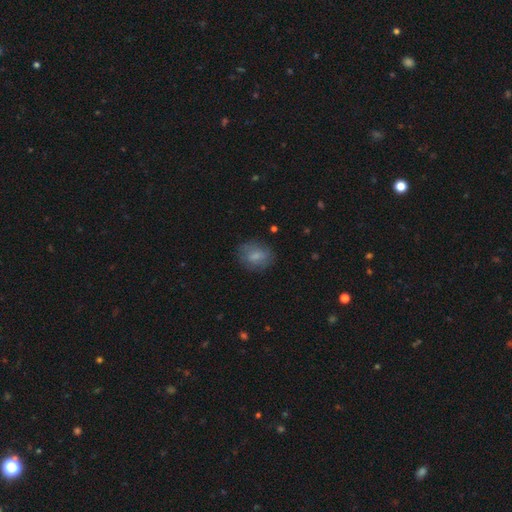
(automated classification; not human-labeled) smooth_or_featured: smooth (p=0.74) [alt: featured or disk p=0.18]
how_rounded: in between (p=0.60) [alt: round p=0.39]
merging: none (p=0.74) [alt: minor disturbance p=0.18]